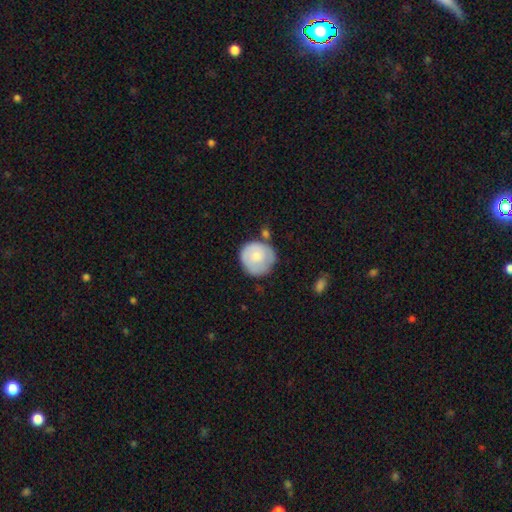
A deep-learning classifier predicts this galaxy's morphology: Smooth or featured? smooth (72%)
How rounded? round (91%)
Merging? none (63%)